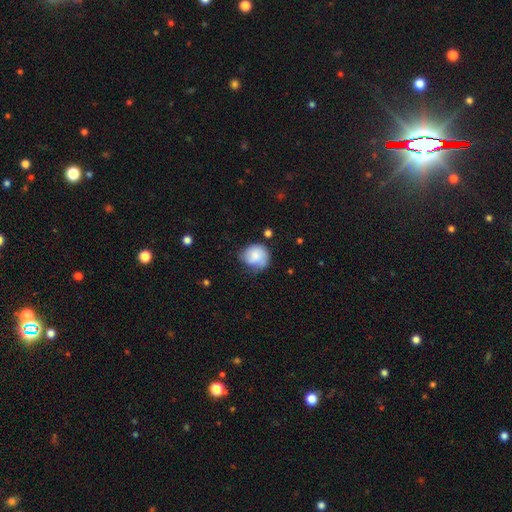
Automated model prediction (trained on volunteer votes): A smooth galaxy with no disk features (73%) that is round (77%).

Vote fractions:
- Smooth or featured? smooth: 73% / featured or disk: 20% / star or artifact: 7%
- How rounded? round: 77% / in between: 22% / cigar-shaped: 1%
- Merging? none: 50% / minor disturbance: 34% / major disturbance: 12% / merger: 3%